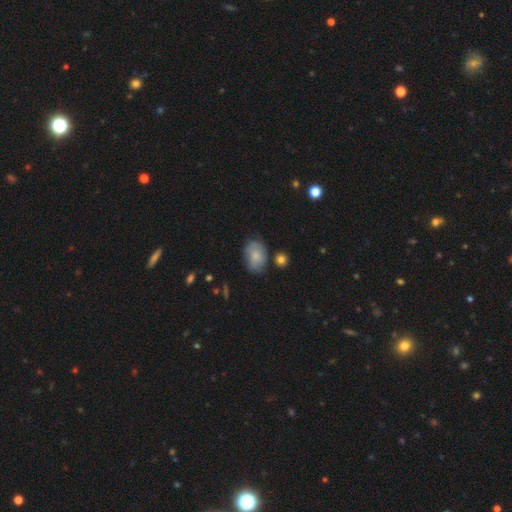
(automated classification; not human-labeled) A smooth galaxy with no disk features (78%) that is in between round and cigar-shaped (81%). Merging: none (65%).